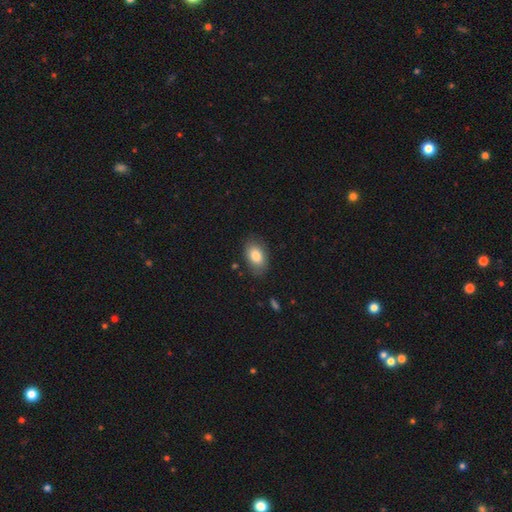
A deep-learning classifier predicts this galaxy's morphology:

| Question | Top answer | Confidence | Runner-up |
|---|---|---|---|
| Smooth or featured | smooth | 82% | featured or disk (10%) |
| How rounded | in between | 89% | round (9%) |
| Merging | none | 82% | minor disturbance (13%) |